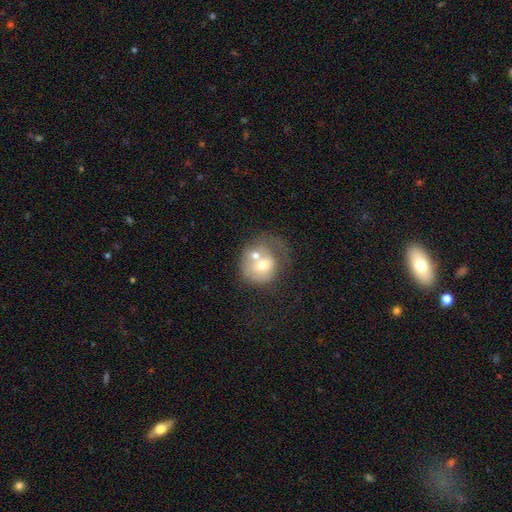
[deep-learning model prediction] Morphology: type=smooth (54%); roundness=round (75%); merging=merger (53%).